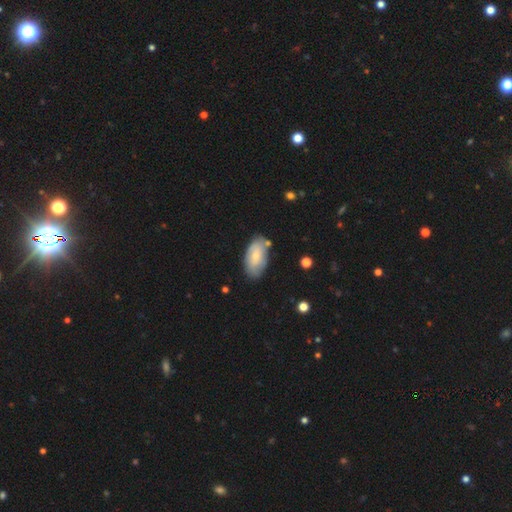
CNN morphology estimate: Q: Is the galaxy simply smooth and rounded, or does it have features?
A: smooth — 60%.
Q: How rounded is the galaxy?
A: in between — 93%.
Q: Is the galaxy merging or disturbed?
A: none — 69%.